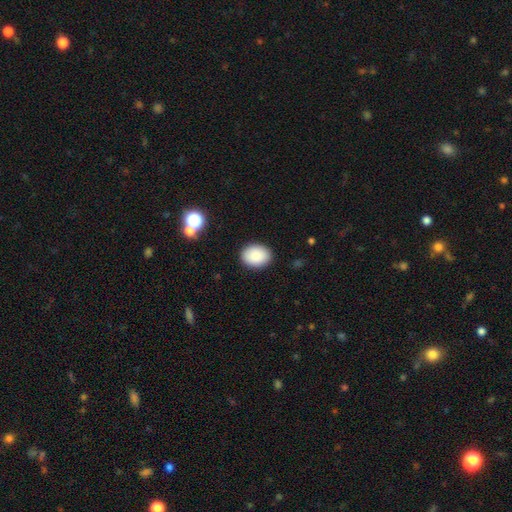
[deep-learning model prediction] This appears to be a smooth galaxy with no disk features (87%) that is in between round and cigar-shaped (63%). Merging: none (89%).